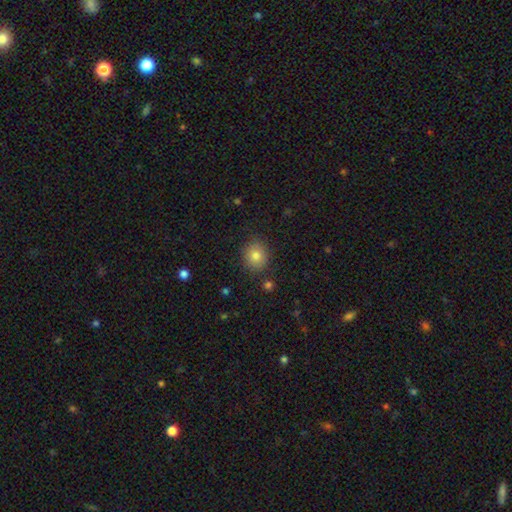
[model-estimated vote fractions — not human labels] Smooth or featured? Predicted: smooth (p=0.82). How rounded? Predicted: round (p=0.82). Merging? Predicted: none (p=0.86).